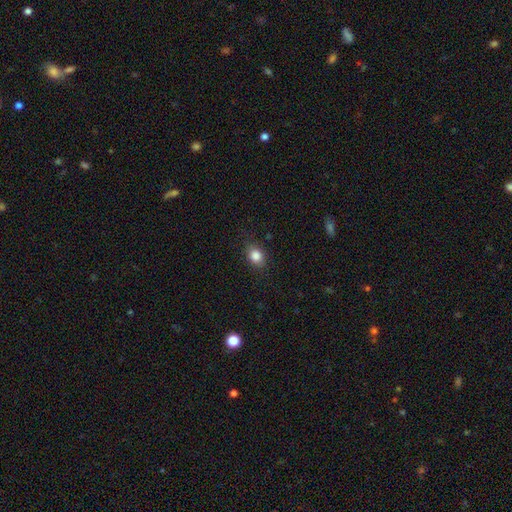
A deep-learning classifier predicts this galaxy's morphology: Q: Smooth or featured?
A: smooth (85%); runner-up: star or artifact (10%)
Q: How rounded?
A: in between (51%); runner-up: round (47%)
Q: Merging?
A: none (81%); runner-up: minor disturbance (14%)